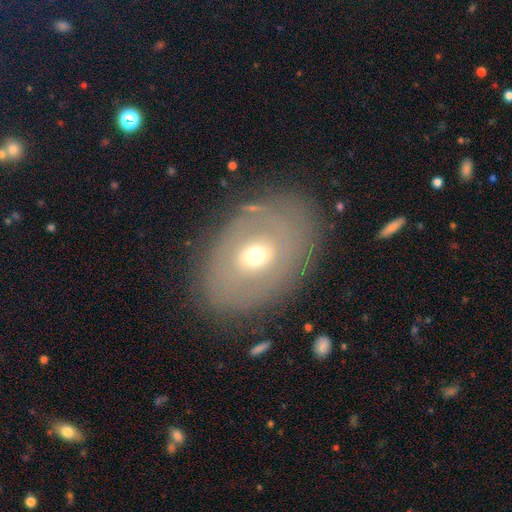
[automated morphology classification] smooth-or-featured: featured or disk: 50% | smooth: 41% | star or artifact: 9%
  disk-edge-on: no: 91% | yes: 9%
  merging: none: 79% | minor disturbance: 13% | major disturbance: 6% | merger: 2%